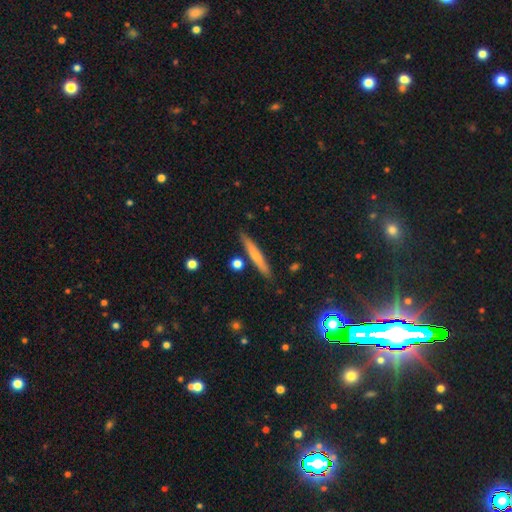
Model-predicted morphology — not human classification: Smooth or featured? Predicted: smooth (p=0.56). How rounded? Predicted: cigar-shaped (p=0.94). Merging? Predicted: none (p=0.86).